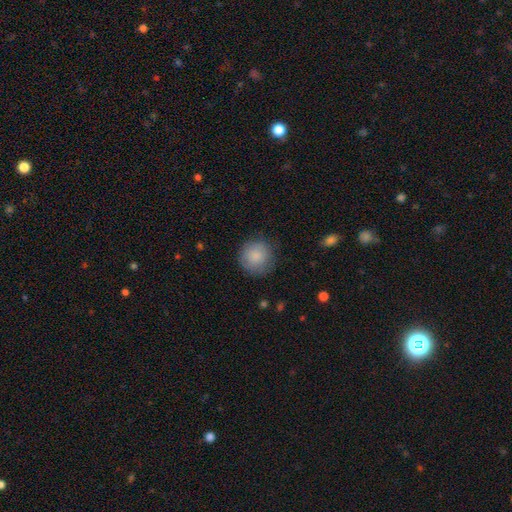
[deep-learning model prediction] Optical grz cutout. It shows a smooth galaxy with no disk features (86%) that is round (94%). Merging: none (83%).